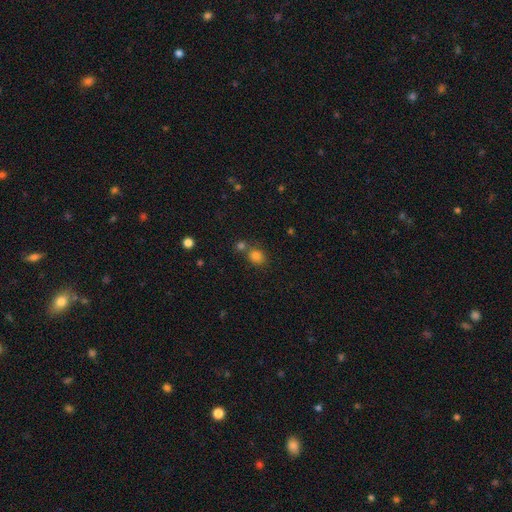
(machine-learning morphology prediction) This is likely a smooth galaxy (80%). How rounded: possibly round (57%). Merging: possibly none (58%).